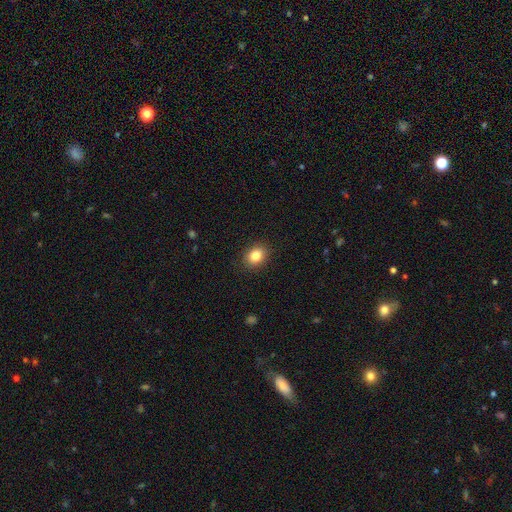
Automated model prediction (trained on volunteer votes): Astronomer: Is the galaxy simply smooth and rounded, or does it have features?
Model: smooth — 84%.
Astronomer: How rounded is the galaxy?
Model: in between — 51% (runner-up: round, 48%).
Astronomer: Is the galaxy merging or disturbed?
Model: none — 90%.